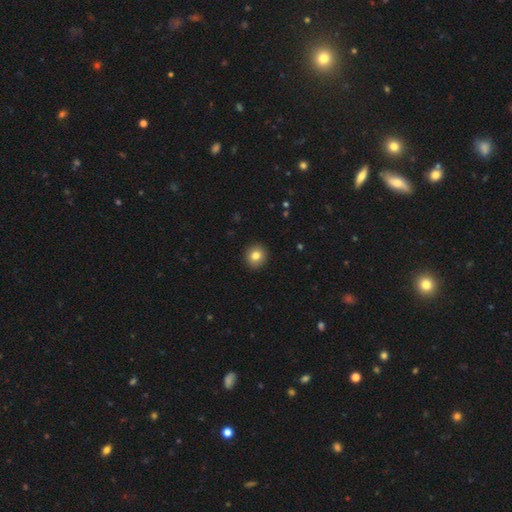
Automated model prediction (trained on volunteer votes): smooth-or-featured: smooth: 82% | star or artifact: 10% | featured or disk: 8%
  how-rounded: round: 89% | in between: 10% | cigar-shaped: 1%
  merging: none: 92% | minor disturbance: 5% | major disturbance: 2% | merger: 1%